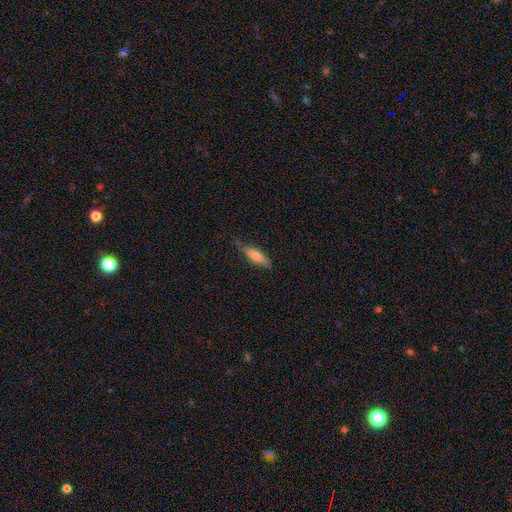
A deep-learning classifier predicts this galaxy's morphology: A smooth galaxy with no disk features (57%) that is cigar-shaped (68%).

Vote fractions:
- Smooth or featured? smooth: 57% / featured or disk: 36% / star or artifact: 6%
- How rounded? cigar-shaped: 68% / in between: 30% / round: 2%
- Merging? none: 72% / minor disturbance: 23% / major disturbance: 4% / merger: 1%